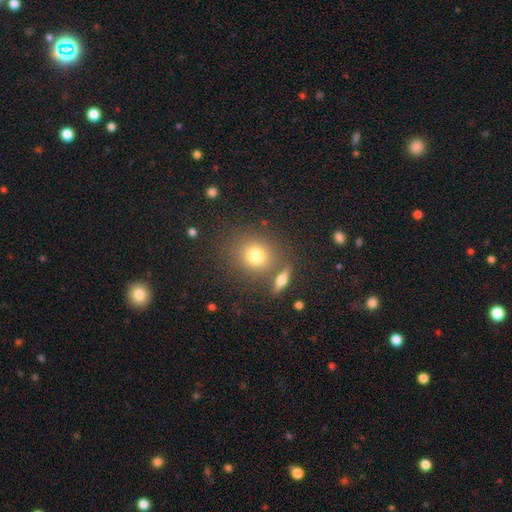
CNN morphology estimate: smooth 76%, star or artifact 13%, featured or disk 12%. Down the decision tree: how rounded — round (78%); merging — none (72%).